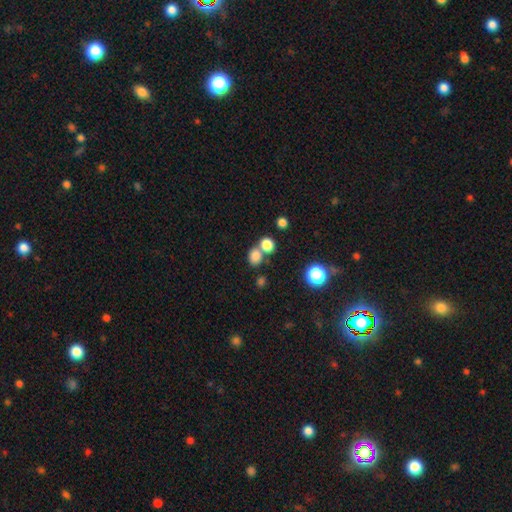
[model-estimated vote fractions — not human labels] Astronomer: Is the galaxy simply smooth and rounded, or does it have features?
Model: smooth — 80%.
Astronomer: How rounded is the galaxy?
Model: round — 65%.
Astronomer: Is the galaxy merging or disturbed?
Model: none — 52% (runner-up: merger, 36%).